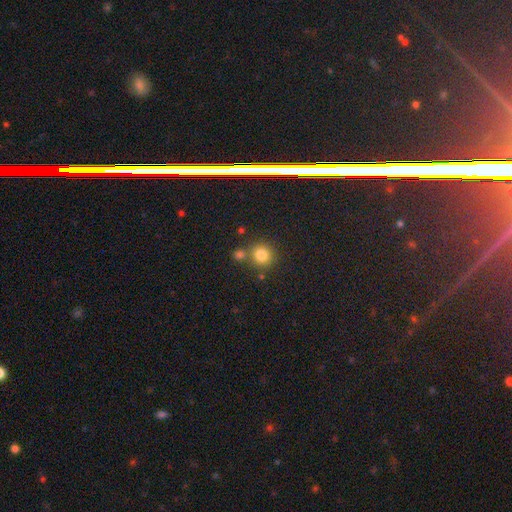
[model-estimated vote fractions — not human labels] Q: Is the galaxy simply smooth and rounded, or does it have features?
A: smooth — 70%.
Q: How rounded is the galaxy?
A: round — 88%.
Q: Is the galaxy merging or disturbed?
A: none — 77%.